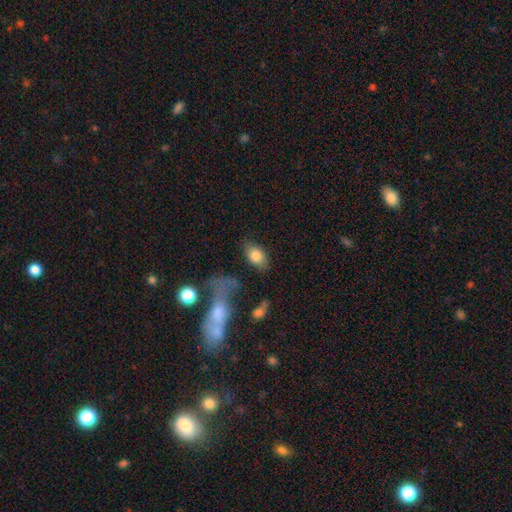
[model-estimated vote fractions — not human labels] Overall: smooth (80%). How rounded: in between (89%). Merging: none (72%).